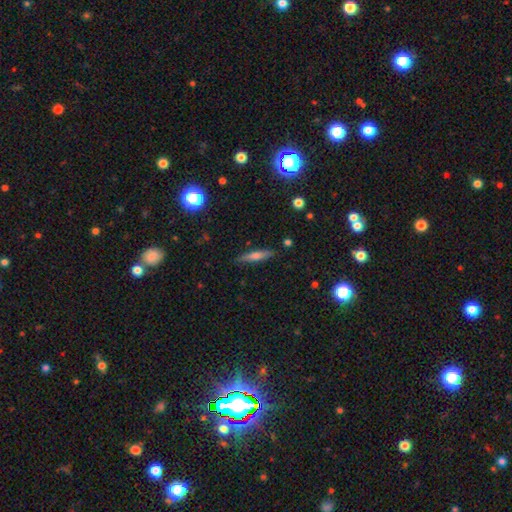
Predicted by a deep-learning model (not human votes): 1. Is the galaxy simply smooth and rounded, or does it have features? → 59% smooth, 33% featured or disk, 8% star or artifact.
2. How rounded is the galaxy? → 86% cigar-shaped, 12% in between, 2% round.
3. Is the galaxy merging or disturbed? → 87% none, 9% minor disturbance, 2% major disturbance, 2% merger.